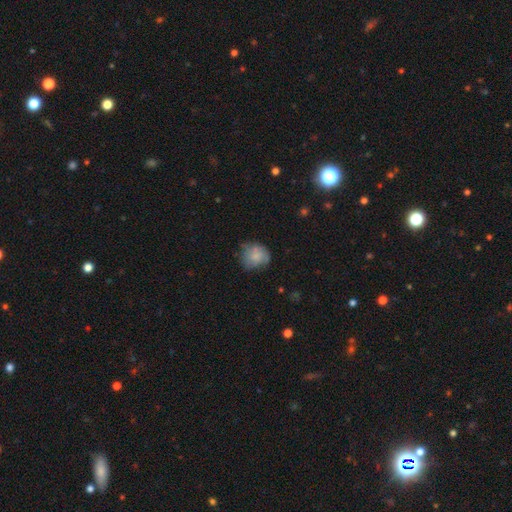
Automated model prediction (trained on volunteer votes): Smooth or featured? Predicted: smooth (p=0.75). How rounded? Predicted: round (p=0.74). Merging? Predicted: none (p=0.54).